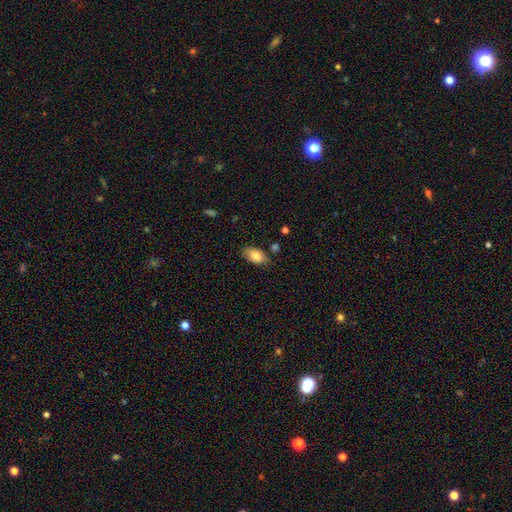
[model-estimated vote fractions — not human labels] smooth_or_featured: smooth (p=0.84) [alt: featured or disk p=0.09]
how_rounded: in between (p=0.91) [alt: round p=0.06]
merging: none (p=0.74) [alt: minor disturbance p=0.19]